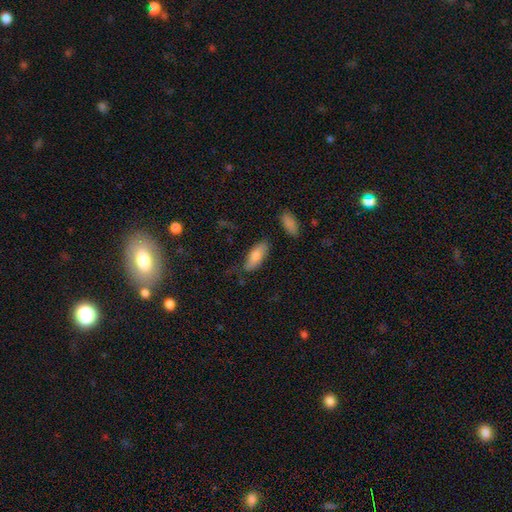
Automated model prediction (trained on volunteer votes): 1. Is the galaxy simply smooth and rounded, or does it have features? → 76% smooth, 17% featured or disk, 7% star or artifact.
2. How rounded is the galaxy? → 78% in between, 20% cigar-shaped, 2% round.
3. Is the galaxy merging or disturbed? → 63% none, 26% minor disturbance, 8% major disturbance, 3% merger.